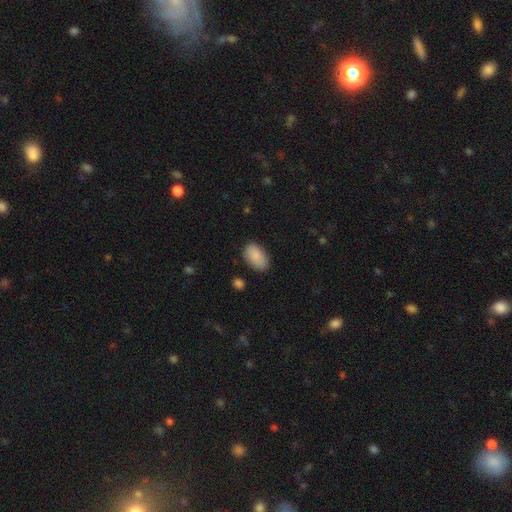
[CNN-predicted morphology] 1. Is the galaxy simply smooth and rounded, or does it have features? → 88% smooth, 6% star or artifact, 6% featured or disk.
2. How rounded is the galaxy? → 93% in between, 6% round, 1% cigar-shaped.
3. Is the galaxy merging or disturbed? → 80% none, 15% minor disturbance, 3% major disturbance, 2% merger.